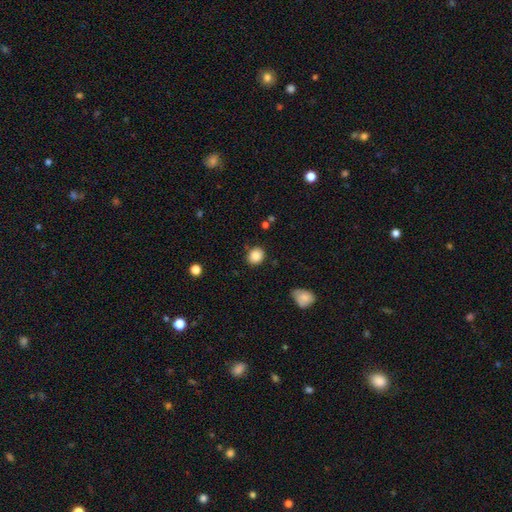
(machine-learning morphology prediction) smooth_or_featured: smooth (p=0.87) [alt: star or artifact p=0.09]
how_rounded: round (p=0.70) [alt: in between p=0.29]
merging: none (p=0.84) [alt: minor disturbance p=0.11]